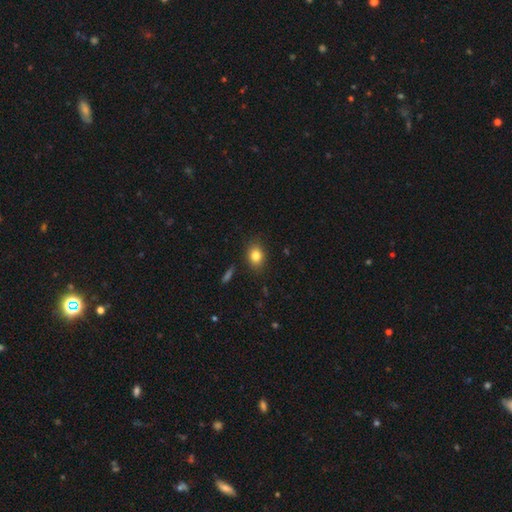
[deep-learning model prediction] A smooth galaxy with no disk features (81%) that is in between round and cigar-shaped (61%).

Vote fractions:
- Smooth or featured? smooth: 81% / star or artifact: 10% / featured or disk: 8%
- How rounded? in between: 61% / round: 38% / cigar-shaped: 1%
- Merging? none: 85% / minor disturbance: 11% / major disturbance: 3% / merger: 1%